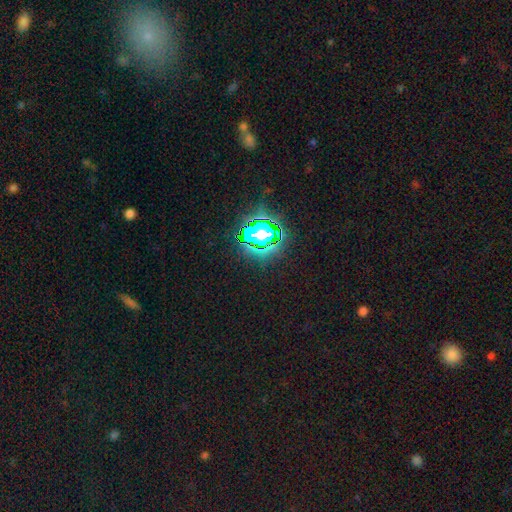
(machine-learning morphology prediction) Overall: star or artifact (79%).